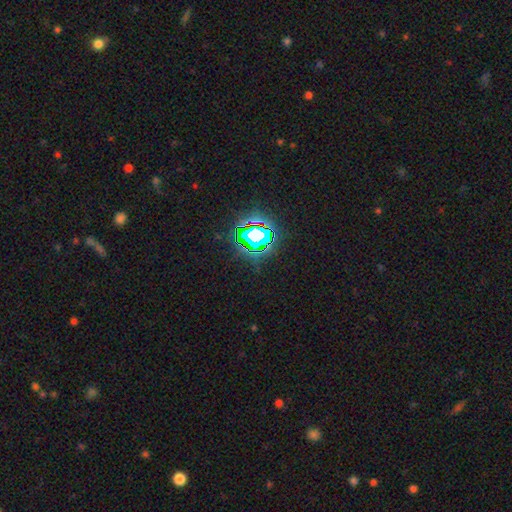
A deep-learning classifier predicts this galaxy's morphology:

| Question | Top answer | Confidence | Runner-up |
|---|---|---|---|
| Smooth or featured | star or artifact | 81% | smooth (12%) |